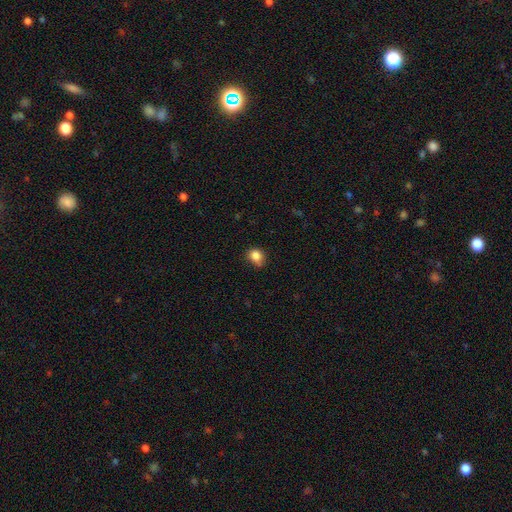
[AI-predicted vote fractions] The model was most divided on "how rounded": round: 59%, in between: 40%, cigar-shaped: 1%. More confident: smooth or featured — smooth (84%); merging — none (64%).